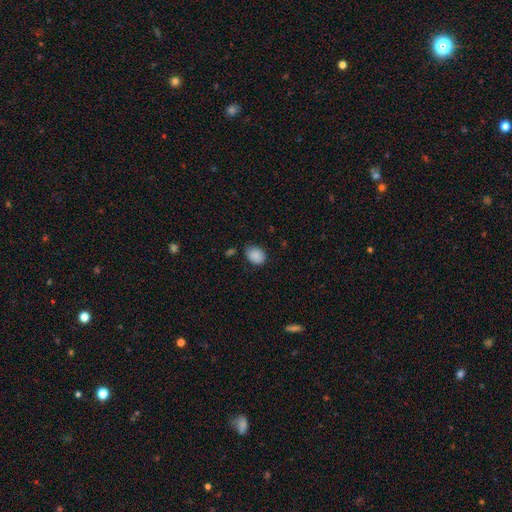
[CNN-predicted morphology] A smooth galaxy with no disk features (88%) that is in between round and cigar-shaped (62%). Merging: none (67%).